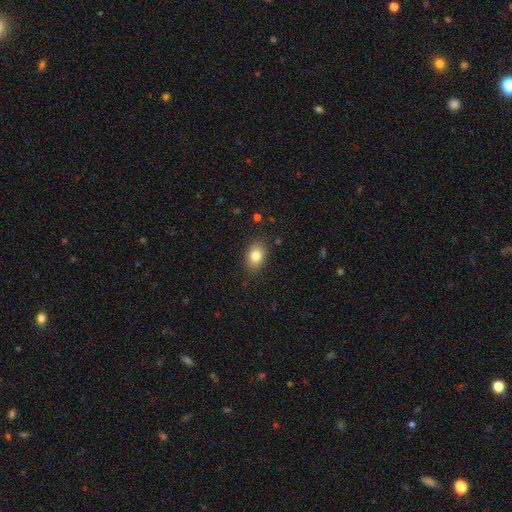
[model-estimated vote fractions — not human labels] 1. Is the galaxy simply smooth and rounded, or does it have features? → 82% smooth, 9% star or artifact, 9% featured or disk.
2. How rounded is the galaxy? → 73% in between, 26% round, 1% cigar-shaped.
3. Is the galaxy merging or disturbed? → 85% none, 11% minor disturbance, 3% major disturbance, 1% merger.